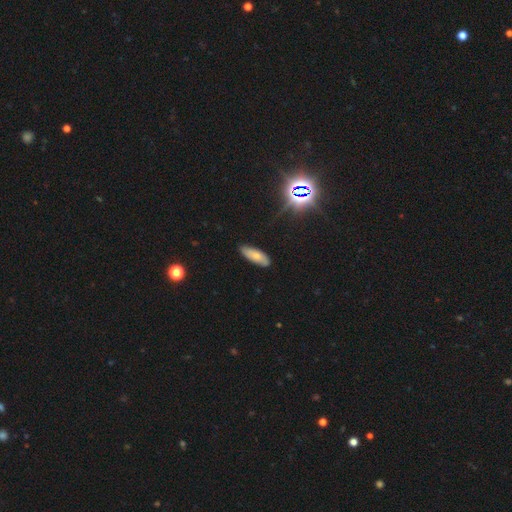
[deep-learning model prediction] Smooth or featured? Predicted: smooth (p=0.66). How rounded? Predicted: in between (p=0.70). Merging? Predicted: none (p=0.81).